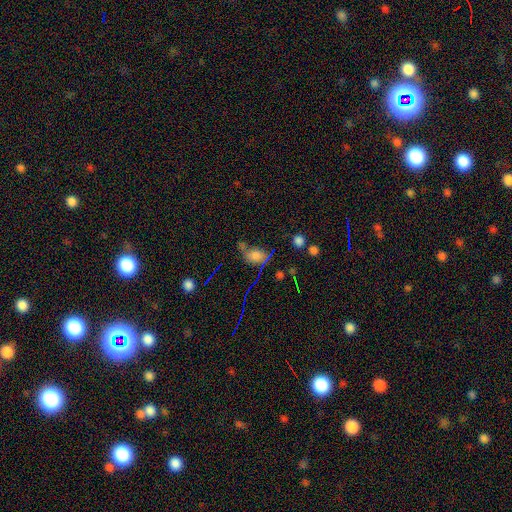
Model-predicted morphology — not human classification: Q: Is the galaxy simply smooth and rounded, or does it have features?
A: smooth — 55%.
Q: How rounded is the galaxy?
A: in between — 65%.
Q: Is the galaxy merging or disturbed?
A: none — 41%.